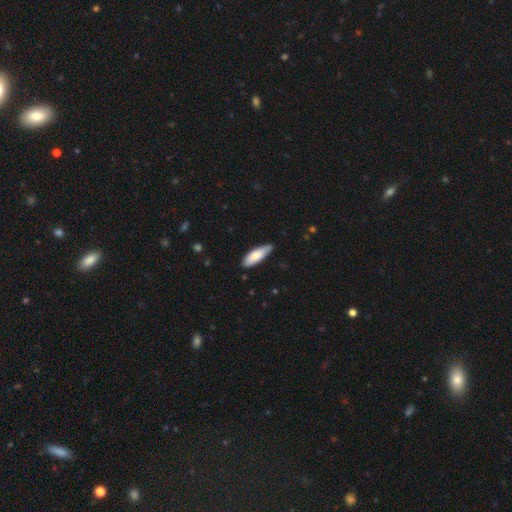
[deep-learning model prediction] Overall: smooth (79%). How rounded: in between (59%; cigar-shaped 40%). Merging: none (75%).